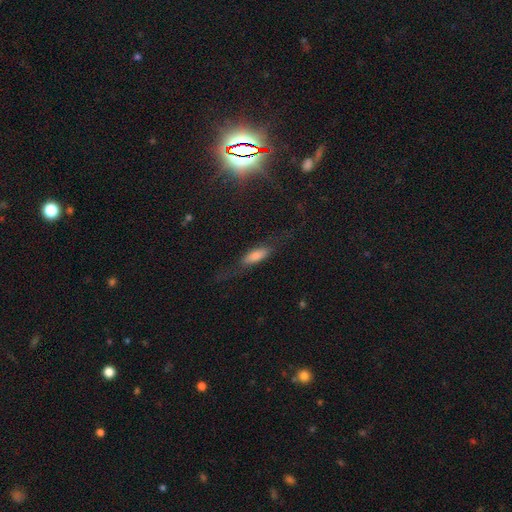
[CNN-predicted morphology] The model was most divided on "how rounded": cigar-shaped: 50%, in between: 47%, round: 4%. More confident: merging — none (62%); smooth or featured — smooth (55%).